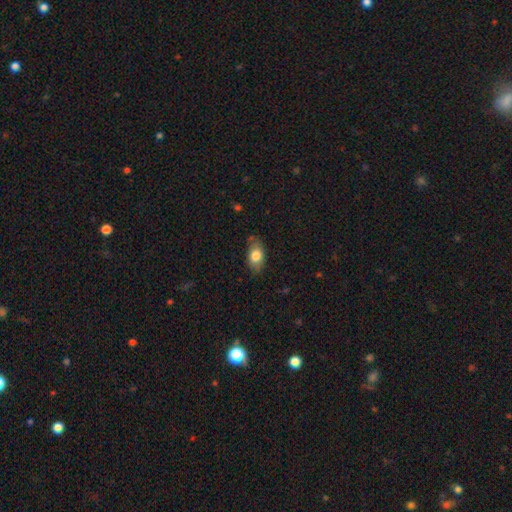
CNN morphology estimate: The model was most divided on "merging": none: 74%, minor disturbance: 20%, major disturbance: 4%, merger: 2%. More confident: how rounded — in between (89%); smooth or featured — smooth (79%).